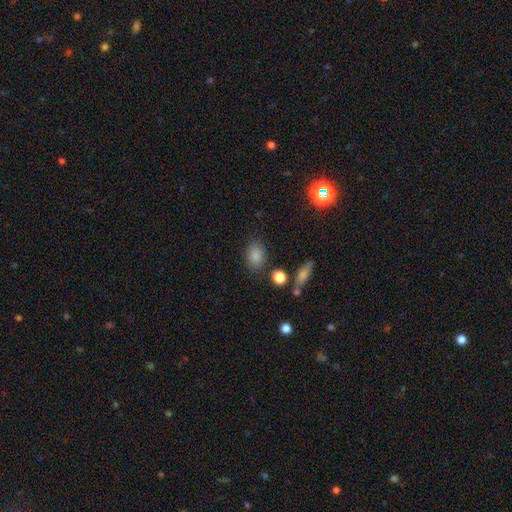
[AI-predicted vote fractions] smooth_or_featured: smooth (p=0.85) [alt: star or artifact p=0.09]
how_rounded: in between (p=0.77) [alt: round p=0.21]
merging: none (p=0.79) [alt: minor disturbance p=0.13]